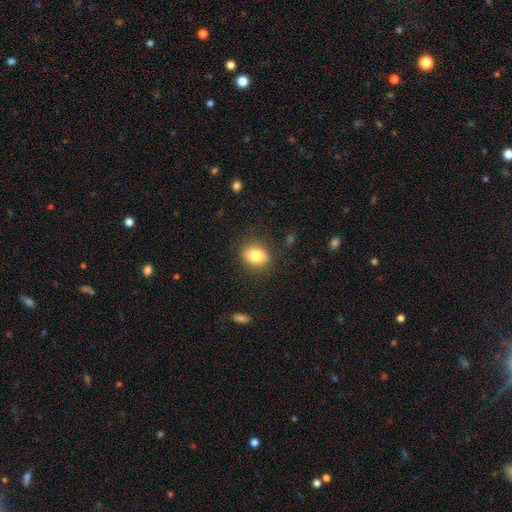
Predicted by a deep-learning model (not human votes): This is clearly a smooth galaxy (81%). How rounded: possibly in between (54%). Merging: clearly none (84%).